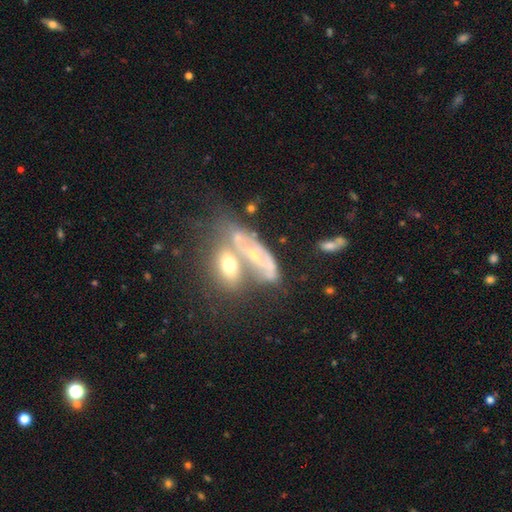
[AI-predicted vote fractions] smooth_or_featured: featured or disk (p=0.61) [alt: smooth p=0.30]
disk_edge_on: no (p=0.78) [alt: yes p=0.22]
merging: merger (p=0.56) [alt: none p=0.23]